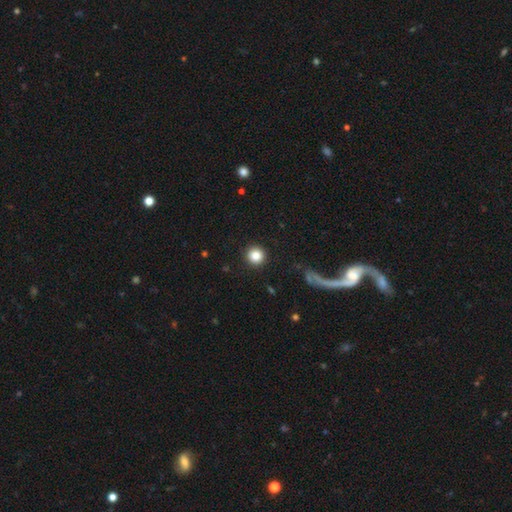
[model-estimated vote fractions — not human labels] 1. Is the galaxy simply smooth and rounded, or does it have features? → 85% smooth, 10% star or artifact, 5% featured or disk.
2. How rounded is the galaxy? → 95% round, 4% in between, 1% cigar-shaped.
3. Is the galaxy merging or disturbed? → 91% none, 5% minor disturbance, 2% major disturbance, 1% merger.